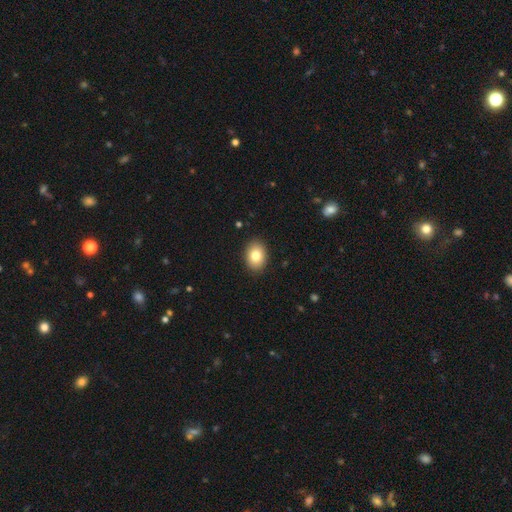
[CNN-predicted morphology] Q: Smooth or featured?
A: smooth (81%); runner-up: featured or disk (10%)
Q: How rounded?
A: in between (69%); runner-up: round (30%)
Q: Merging?
A: none (89%); runner-up: minor disturbance (8%)